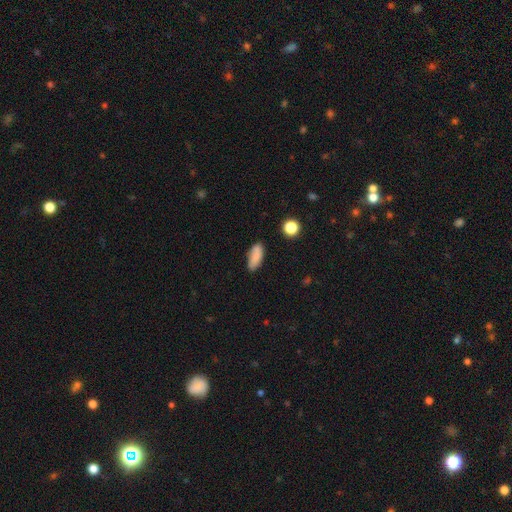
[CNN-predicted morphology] This appears to be a smooth galaxy with no disk features (85%) that is in between round and cigar-shaped (79%). Merging: none (77%).